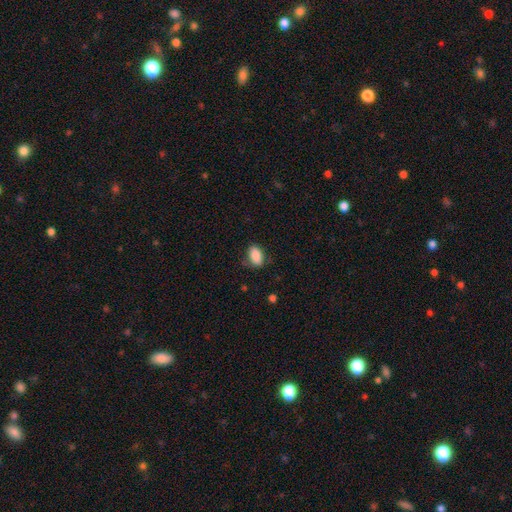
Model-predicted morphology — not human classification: The model was most divided on "merging": none: 74%, minor disturbance: 20%, major disturbance: 5%, merger: 2%. More confident: how rounded — in between (90%); smooth or featured — smooth (88%).